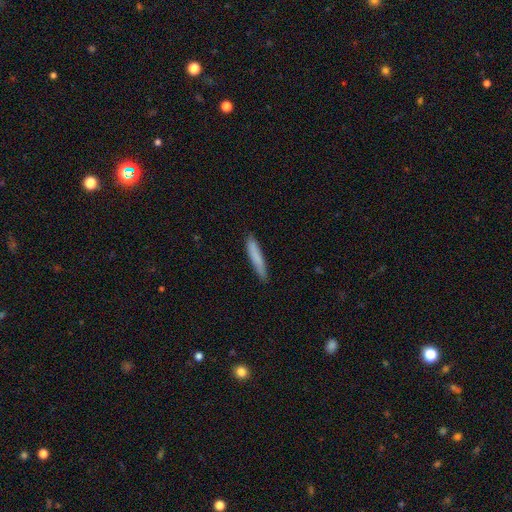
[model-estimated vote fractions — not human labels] smooth 78%, featured or disk 16%, star or artifact 6%. Down the decision tree: how rounded — cigar-shaped (93%); merging — none (84%).